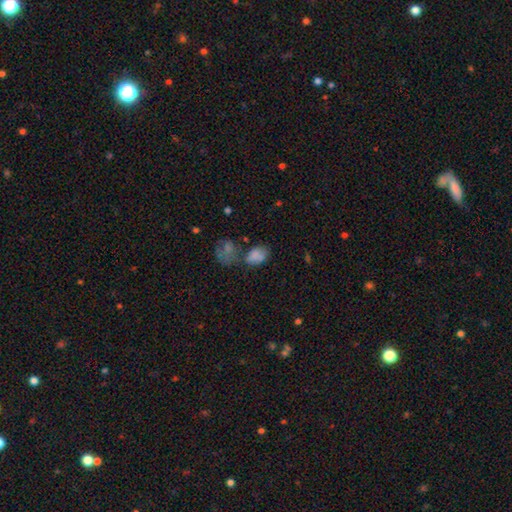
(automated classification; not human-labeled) Overall: smooth (76%). How rounded: in between (81%). Merging: none (41%; merger 24%).